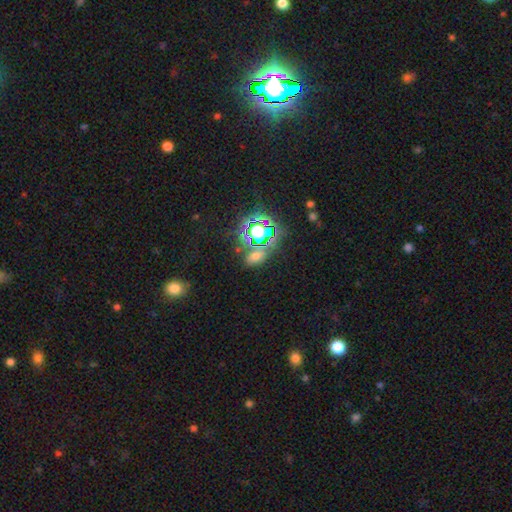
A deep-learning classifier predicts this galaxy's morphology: A star or artifact, not a galaxy (47%).